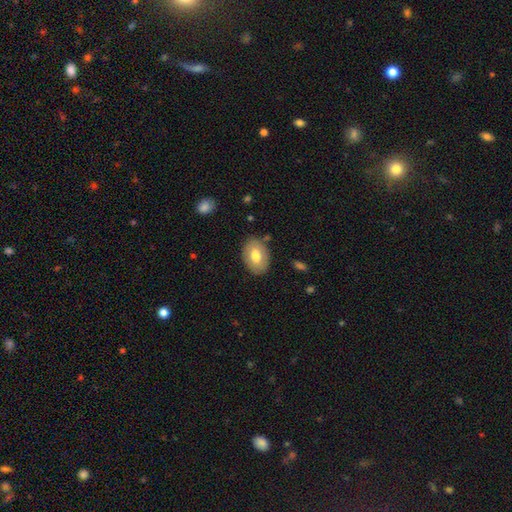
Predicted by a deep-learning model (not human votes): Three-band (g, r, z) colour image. It shows a smooth galaxy with no disk features (70%) that is in between round and cigar-shaped (84%). Merging: none (83%).